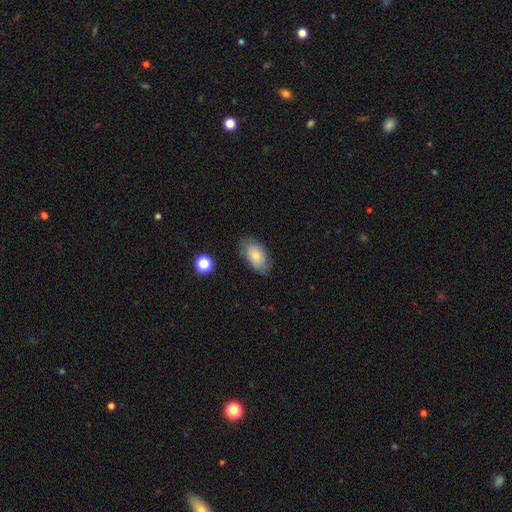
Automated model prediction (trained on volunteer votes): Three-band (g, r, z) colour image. It shows a smooth galaxy with no disk features (76%) that is in between round and cigar-shaped (92%). Merging: none (71%).